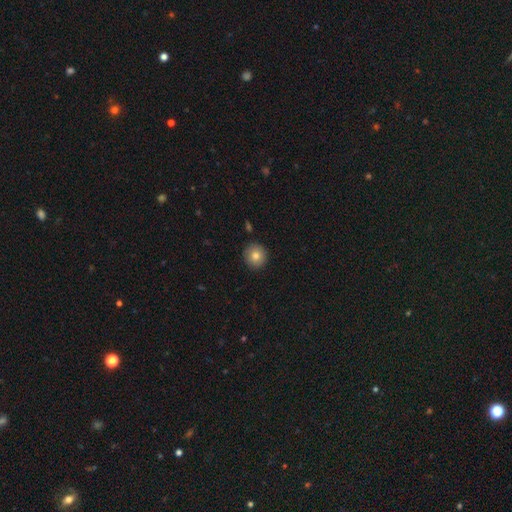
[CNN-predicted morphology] type=smooth (80%); roundness=round (92%); merging=none (90%).